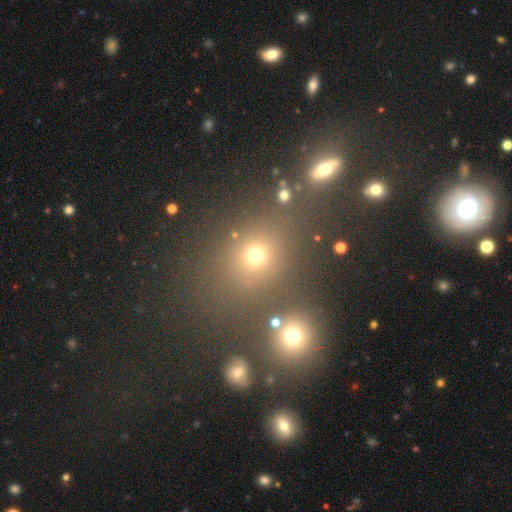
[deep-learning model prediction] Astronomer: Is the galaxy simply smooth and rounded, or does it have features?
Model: smooth — 67%.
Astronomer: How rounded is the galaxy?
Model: round — 69%.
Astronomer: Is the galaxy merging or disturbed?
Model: none — 69%.